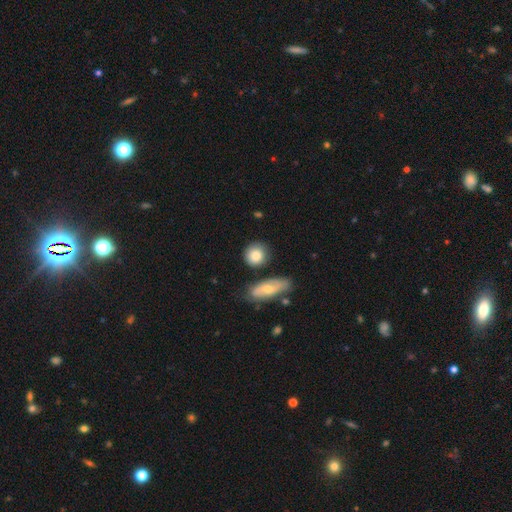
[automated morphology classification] smooth_or_featured: smooth (p=0.82) [alt: featured or disk p=0.12]
how_rounded: round (p=0.80) [alt: in between p=0.17]
merging: none (p=0.73) [alt: minor disturbance p=0.15]